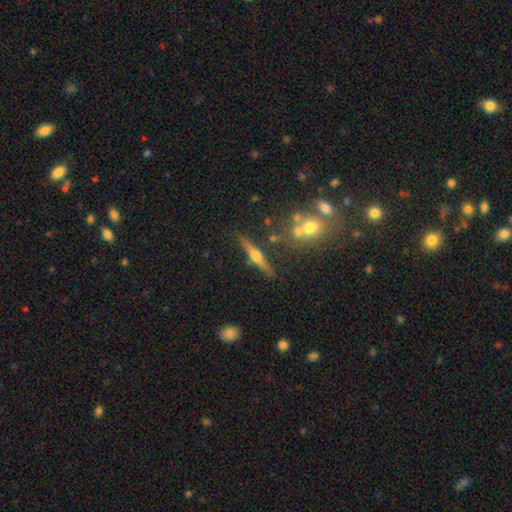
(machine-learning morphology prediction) The model was most divided on "smooth or featured": featured or disk: 70%, smooth: 22%, star or artifact: 8%. More confident: edge-on disk — yes (96%); edge-on bulge — rounded (91%); merging — none (79%).